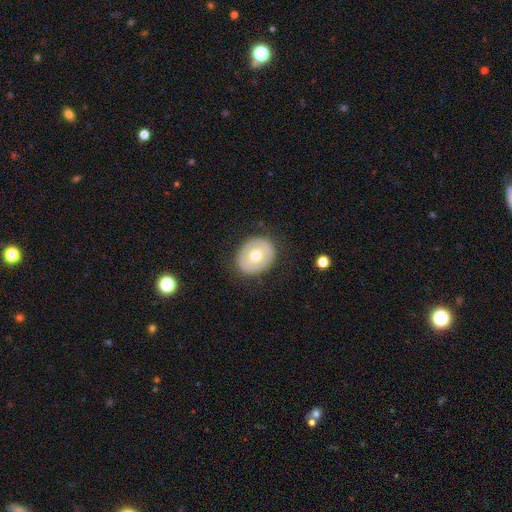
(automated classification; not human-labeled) Smooth or featured?
  - smooth: 53% *
  - featured or disk: 41%
  - star or artifact: 6%
How rounded?
  - round: 59% *
  - in between: 41%
  - cigar-shaped: 1%
Merging?
  - none: 84% *
  - minor disturbance: 11%
  - major disturbance: 4%
  - merger: 1%